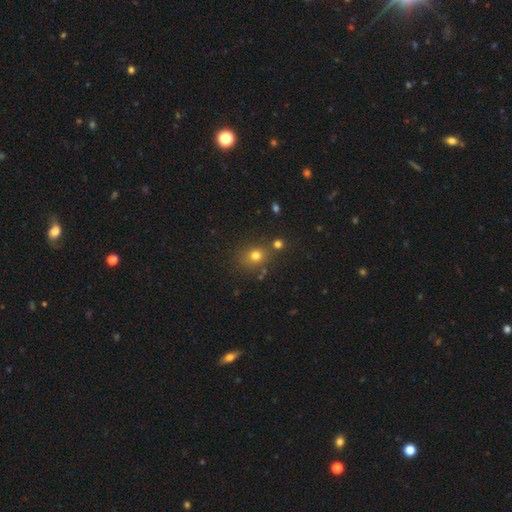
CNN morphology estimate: Overall: smooth (73%). How rounded: round (73%). Merging: none (73%).